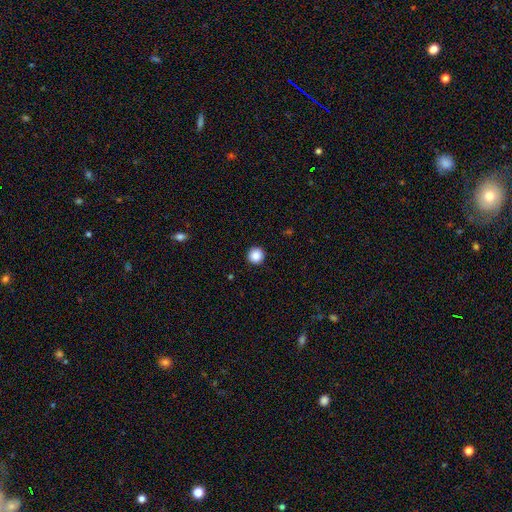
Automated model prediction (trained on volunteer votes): smooth 87%, star or artifact 9%, featured or disk 4%. Down the decision tree: how rounded — round (96%); merging — none (93%).